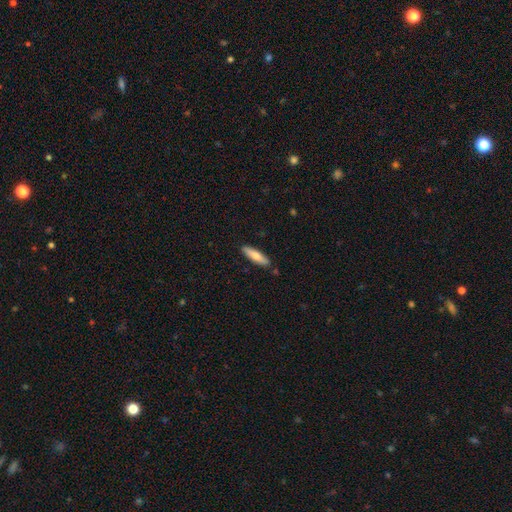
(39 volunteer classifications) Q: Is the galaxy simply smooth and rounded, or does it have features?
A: smooth — 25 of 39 (64%).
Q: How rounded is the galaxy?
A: cigar-shaped — 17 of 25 (68%).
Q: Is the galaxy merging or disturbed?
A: none — 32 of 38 (84%).